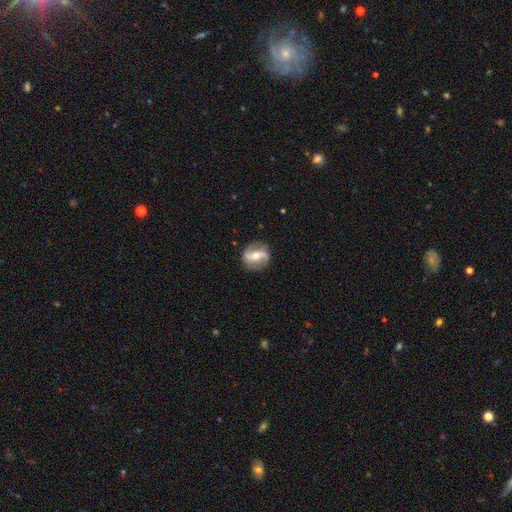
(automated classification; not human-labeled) Smooth or featured: featured or disk — 78% (smooth — 16%)
Edge-on disk: no — 96% (yes — 4%)
Bar: strong — 40% (weak — 34%)
Spiral arms: yes — 88% (no — 12%)
Spiral winding: loose — 49% (medium — 35%)
Spiral arm count: 2 — 90% (can't tell — 4%)
Bulge size: moderate — 61% (small — 34%)
Merging: none — 85% (minor disturbance — 10%)